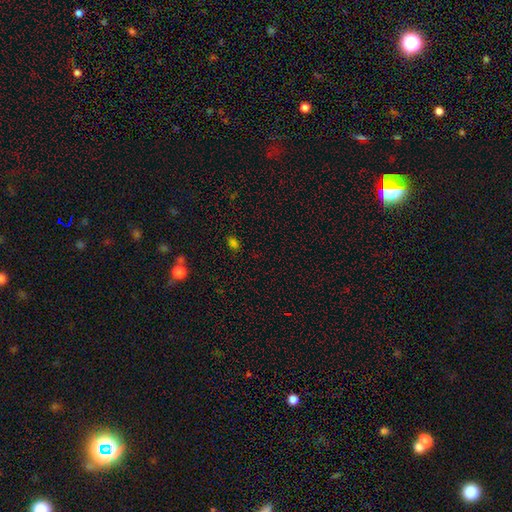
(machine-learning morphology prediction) A smooth galaxy with no disk features (57%) that is in between round and cigar-shaped (59%). Merging: none (79%).